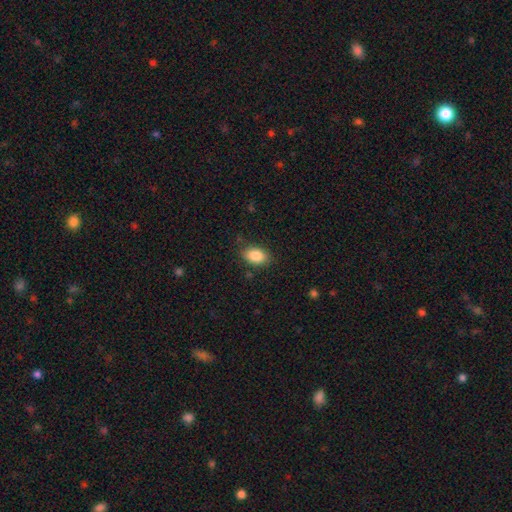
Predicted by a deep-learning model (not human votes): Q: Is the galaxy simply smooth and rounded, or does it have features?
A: smooth — 86%.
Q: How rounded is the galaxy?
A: in between — 86%.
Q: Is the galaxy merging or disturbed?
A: none — 83%.